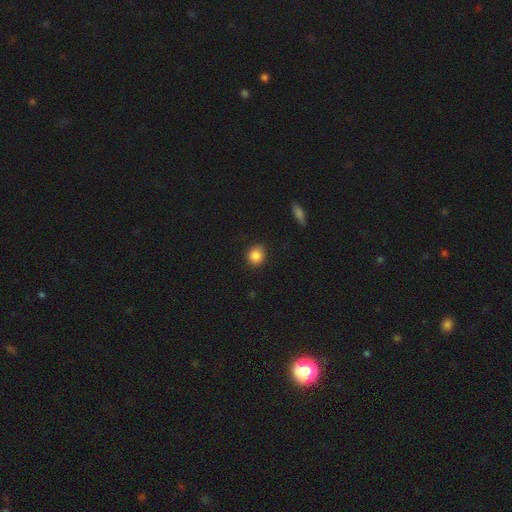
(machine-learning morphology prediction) This is clearly a smooth galaxy (86%). How rounded: clearly round (84%). Merging: clearly none (86%).